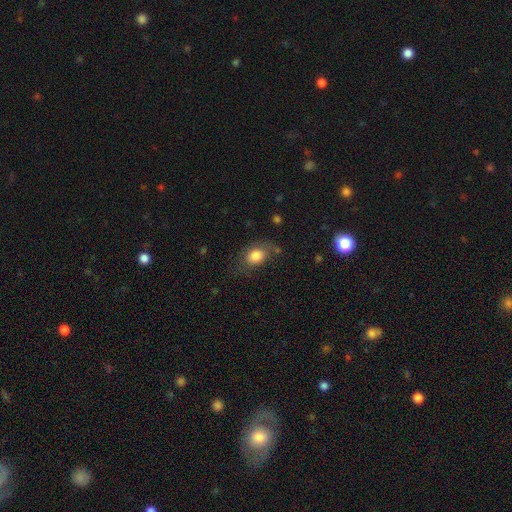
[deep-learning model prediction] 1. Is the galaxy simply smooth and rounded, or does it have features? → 77% smooth, 15% featured or disk, 8% star or artifact.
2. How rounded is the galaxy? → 71% in between, 28% round, 2% cigar-shaped.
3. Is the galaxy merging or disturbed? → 57% none, 26% minor disturbance, 14% major disturbance, 3% merger.